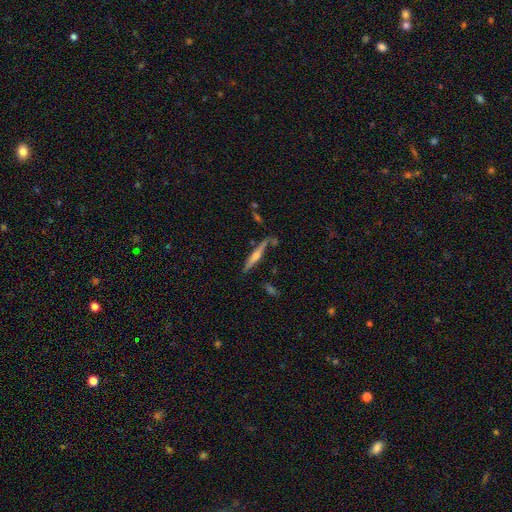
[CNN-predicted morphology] Smooth or featured?
  - featured or disk: 63% *
  - smooth: 31%
  - star or artifact: 6%
Edge-on disk?
  - yes: 96% *
  - no: 4%
Edge-on bulge?
  - rounded: 82% *
  - none: 11%
  - boxy: 7%
Merging?
  - none: 76% *
  - minor disturbance: 14%
  - merger: 6%
  - major disturbance: 4%